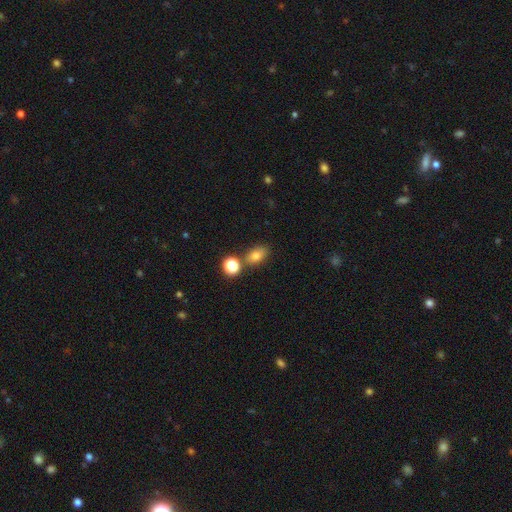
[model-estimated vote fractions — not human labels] The model was most divided on "merging": none: 69%, merger: 14%, minor disturbance: 13%, major disturbance: 4%. More confident: how rounded — in between (79%); smooth or featured — smooth (77%).